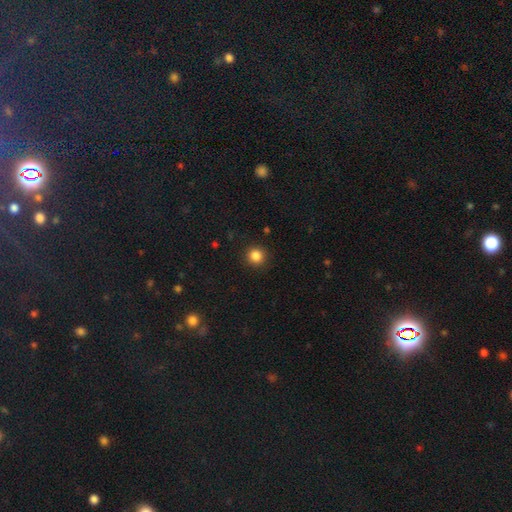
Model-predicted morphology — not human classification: smooth_or_featured: smooth (p=0.85) [alt: star or artifact p=0.11]
how_rounded: round (p=0.93) [alt: in between p=0.06]
merging: none (p=0.91) [alt: minor disturbance p=0.05]